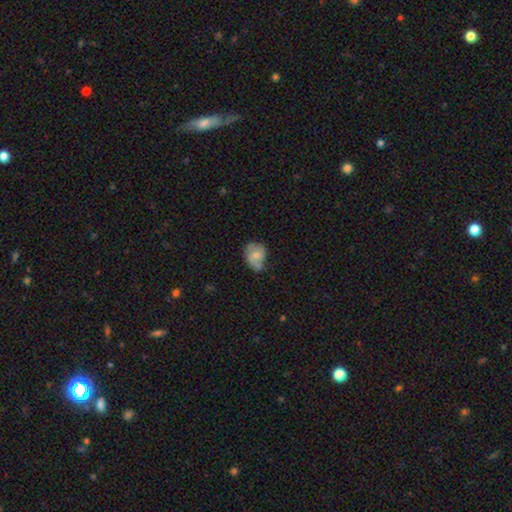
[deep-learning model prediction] Q: Smooth or featured?
A: featured or disk (50%); runner-up: smooth (43%)
Q: Merging?
A: none (51%); runner-up: minor disturbance (34%)